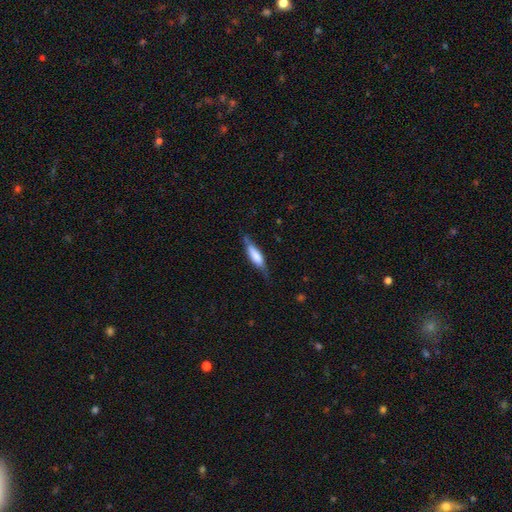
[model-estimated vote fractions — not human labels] Morphology: type=smooth (60%); roundness=cigar-shaped (62%); merging=none (65%).